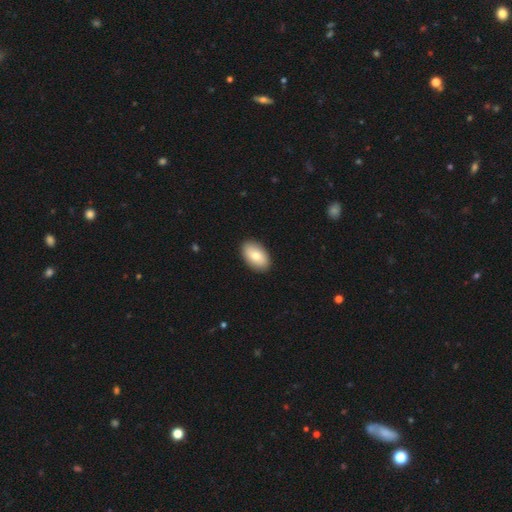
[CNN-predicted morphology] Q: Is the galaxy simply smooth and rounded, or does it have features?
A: smooth — 79%.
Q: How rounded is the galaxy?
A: in between — 93%.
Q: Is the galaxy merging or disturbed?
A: none — 90%.